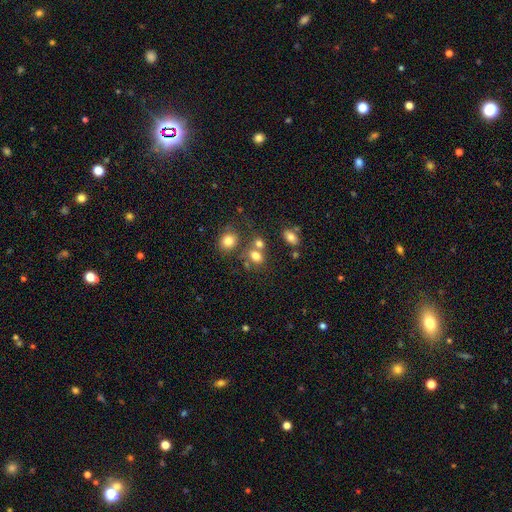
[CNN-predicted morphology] A smooth galaxy with no disk features (76%) that is in between round and cigar-shaped (61%).

Vote fractions:
- Smooth or featured? smooth: 76% / star or artifact: 14% / featured or disk: 10%
- How rounded? in between: 61% / round: 37% / cigar-shaped: 2%
- Merging? none: 49% / merger: 33% / minor disturbance: 13% / major disturbance: 6%